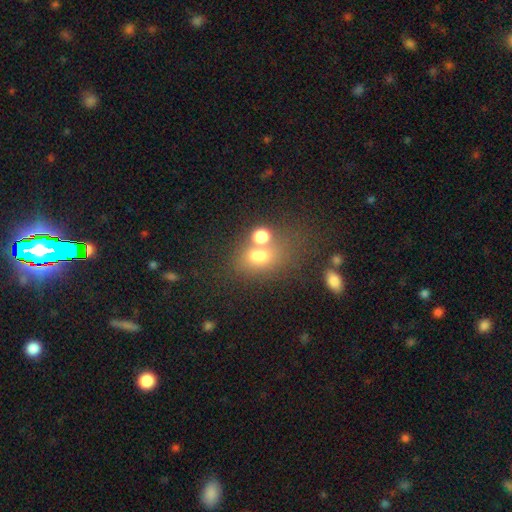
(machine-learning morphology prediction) type=smooth (65%); roundness=in between (67%); merging=none (41%).